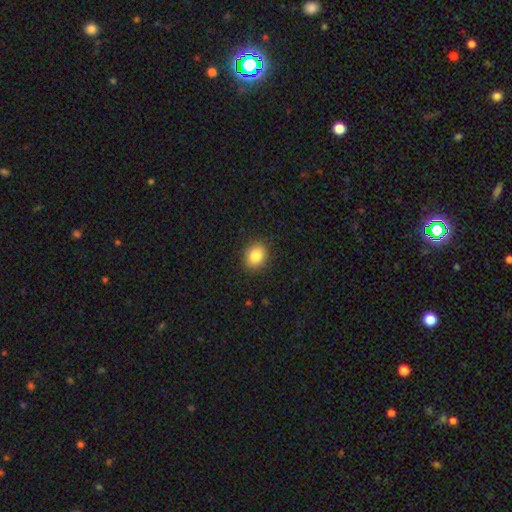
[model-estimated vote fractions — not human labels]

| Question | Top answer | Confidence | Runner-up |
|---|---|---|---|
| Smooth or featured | smooth | 86% | star or artifact (9%) |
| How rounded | round | 58% | in between (41%) |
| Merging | none | 89% | minor disturbance (8%) |